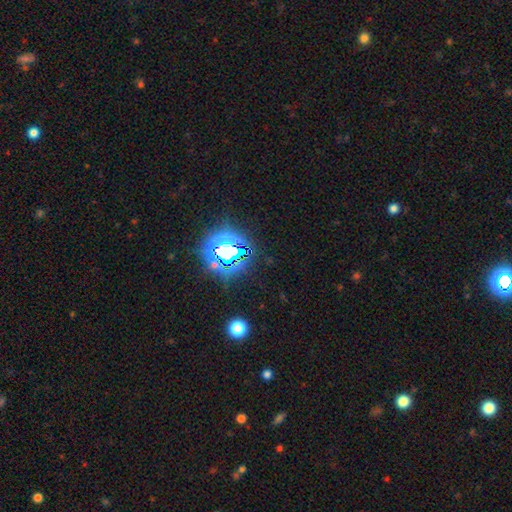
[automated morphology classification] Smooth or featured?
  - star or artifact: 83% *
  - smooth: 11%
  - featured or disk: 6%